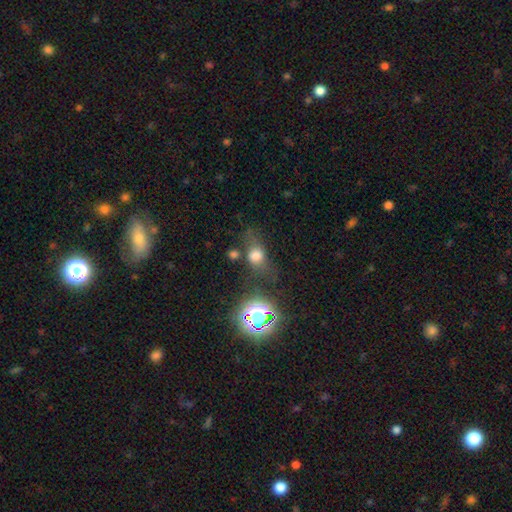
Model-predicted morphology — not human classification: Smooth or featured? Predicted: smooth (p=0.61). How rounded? Predicted: in between (p=0.50). Merging? Predicted: none (p=0.49).